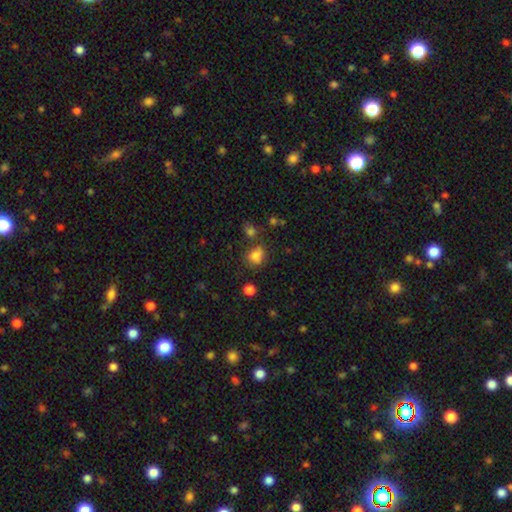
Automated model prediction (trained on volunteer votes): smooth-or-featured: smooth: 77% | star or artifact: 15% | featured or disk: 9%
  how-rounded: round: 59% | in between: 40% | cigar-shaped: 1%
  merging: none: 60% | minor disturbance: 20% | merger: 12% | major disturbance: 8%